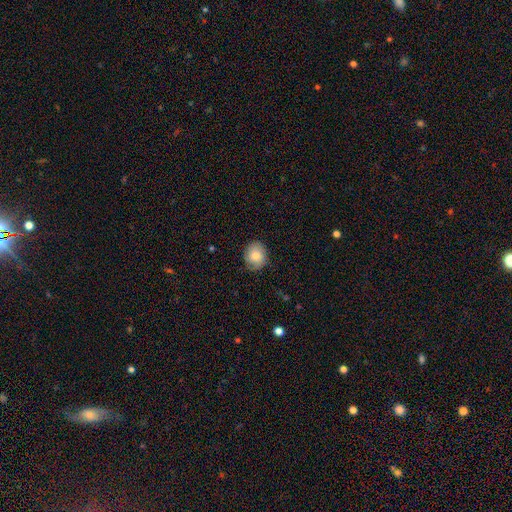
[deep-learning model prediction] A smooth galaxy with no disk features (74%) that is round (62%).

Vote fractions:
- Smooth or featured? smooth: 74% / featured or disk: 18% / star or artifact: 8%
- How rounded? round: 62% / in between: 37% / cigar-shaped: 1%
- Merging? none: 78% / minor disturbance: 18% / major disturbance: 4% / merger: 1%